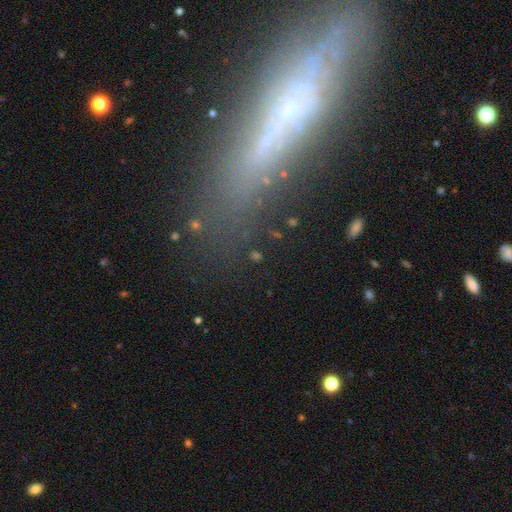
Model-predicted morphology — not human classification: A star or artifact, not a galaxy (44%).